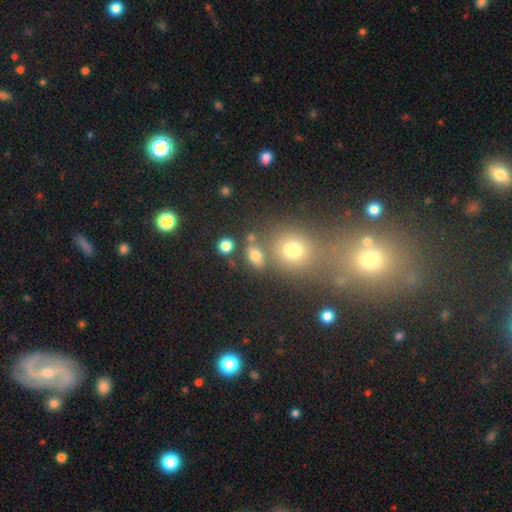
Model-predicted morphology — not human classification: Smooth or featured?
  - smooth: 72% *
  - star or artifact: 17%
  - featured or disk: 11%
How rounded?
  - in between: 64% *
  - round: 33%
  - cigar-shaped: 4%
Merging?
  - none: 66% *
  - merger: 17%
  - minor disturbance: 12%
  - major disturbance: 6%